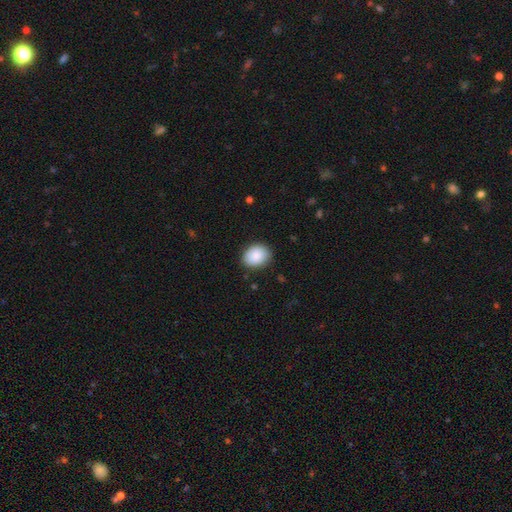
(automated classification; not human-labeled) A smooth galaxy with no disk features (87%) that is round (51%).

Vote fractions:
- Smooth or featured? smooth: 87% / star or artifact: 7% / featured or disk: 6%
- How rounded? round: 51% / in between: 48% / cigar-shaped: 1%
- Merging? none: 84% / minor disturbance: 12% / major disturbance: 3% / merger: 1%